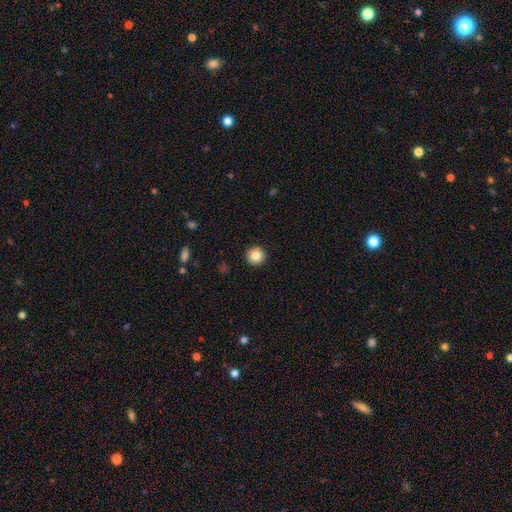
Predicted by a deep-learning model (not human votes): Overall: smooth (83%). How rounded: round (95%). Merging: none (92%).